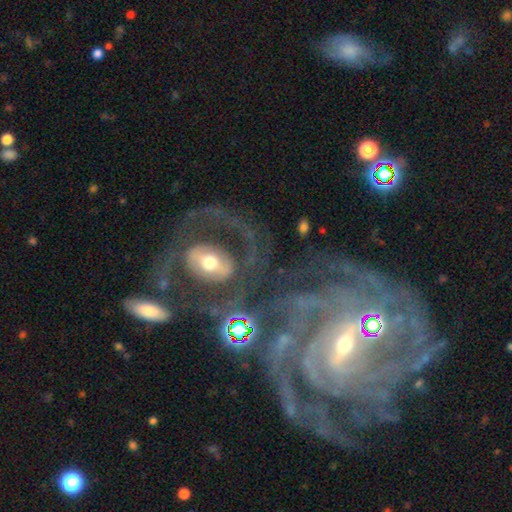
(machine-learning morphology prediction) smooth_or_featured: featured or disk (p=0.83) [alt: smooth p=0.09]
disk_edge_on: no (p=0.96) [alt: yes p=0.04]
bar: no (p=0.35) [alt: weak p=0.33]
has_spiral_arms: yes (p=0.90) [alt: no p=0.10]
spiral_winding: tight (p=0.61) [alt: medium p=0.32]
spiral_arm_count: can't tell (p=0.27) [alt: 2 p=0.23]
bulge_size: moderate (p=0.49) [alt: small p=0.40]
merging: none (p=0.49) [alt: merger p=0.20]